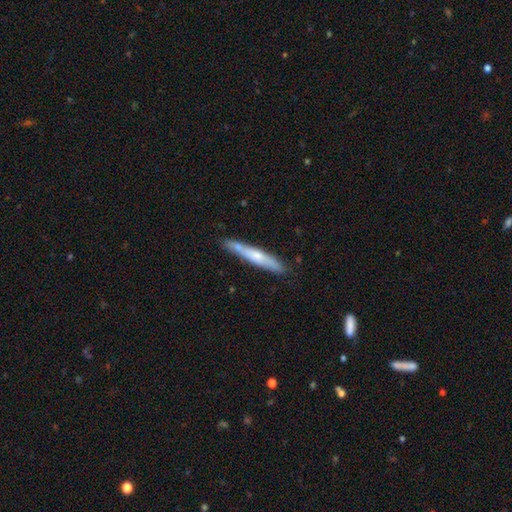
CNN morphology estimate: smooth 53%, featured or disk 42%, star or artifact 5%. Down the decision tree: how rounded — cigar-shaped (94%); merging — none (77%).